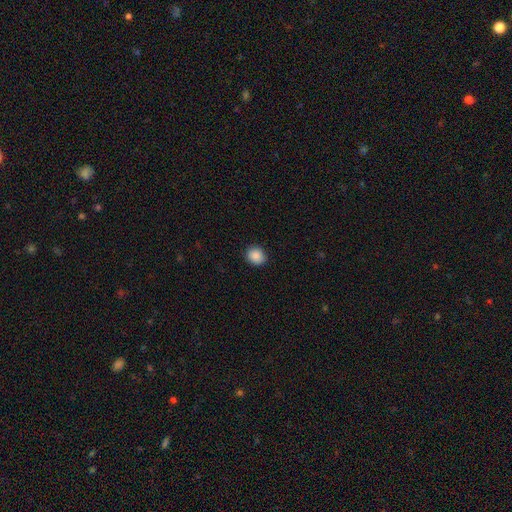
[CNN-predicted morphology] A smooth galaxy with no disk features (89%) that is round (75%).

Vote fractions:
- Smooth or featured? smooth: 89% / star or artifact: 8% / featured or disk: 3%
- How rounded? round: 75% / in between: 25% / cigar-shaped: 1%
- Merging? none: 90% / minor disturbance: 7% / major disturbance: 2% / merger: 1%